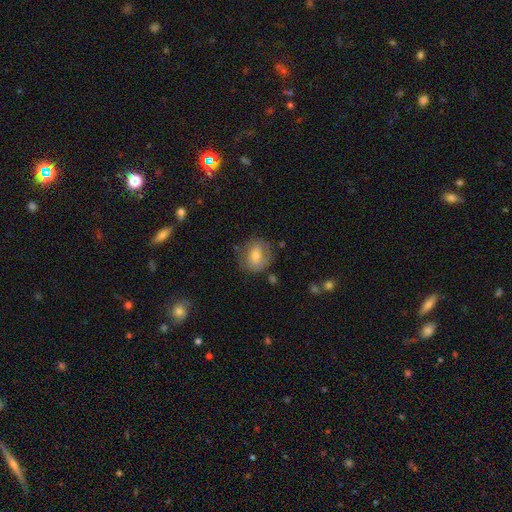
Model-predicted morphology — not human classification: Q: Smooth or featured?
A: smooth (61%); runner-up: featured or disk (31%)
Q: How rounded?
A: round (62%); runner-up: in between (37%)
Q: Merging?
A: none (67%); runner-up: minor disturbance (21%)